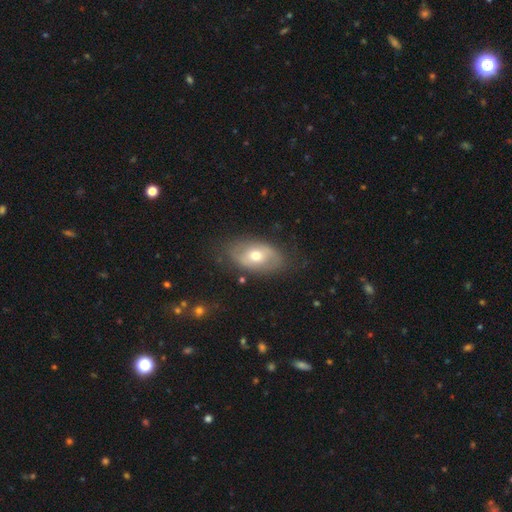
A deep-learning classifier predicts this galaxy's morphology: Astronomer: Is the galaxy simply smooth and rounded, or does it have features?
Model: smooth — 49% (runner-up: featured or disk, 44%).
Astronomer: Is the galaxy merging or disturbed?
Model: none — 75%.